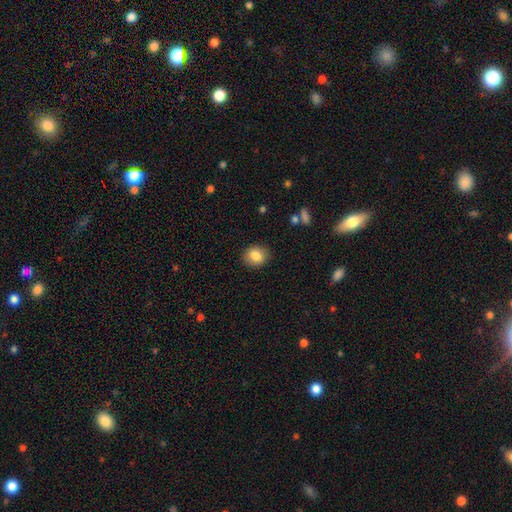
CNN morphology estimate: smooth 84%, star or artifact 9%, featured or disk 7%. Down the decision tree: how rounded — round (64%); merging — none (88%).